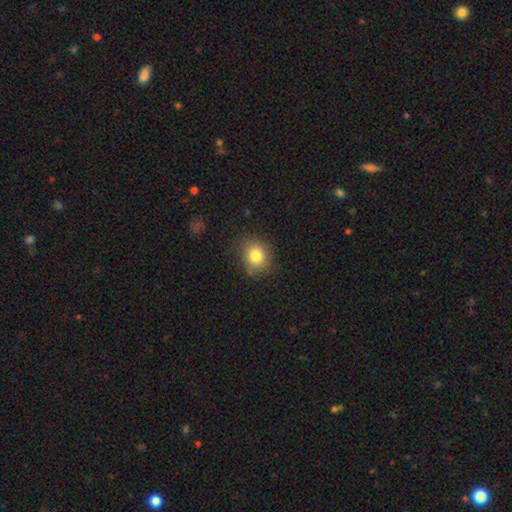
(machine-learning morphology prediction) smooth-or-featured: smooth: 82% | star or artifact: 11% | featured or disk: 8%
  how-rounded: round: 71% | in between: 28% | cigar-shaped: 1%
  merging: none: 82% | minor disturbance: 13% | major disturbance: 4% | merger: 2%